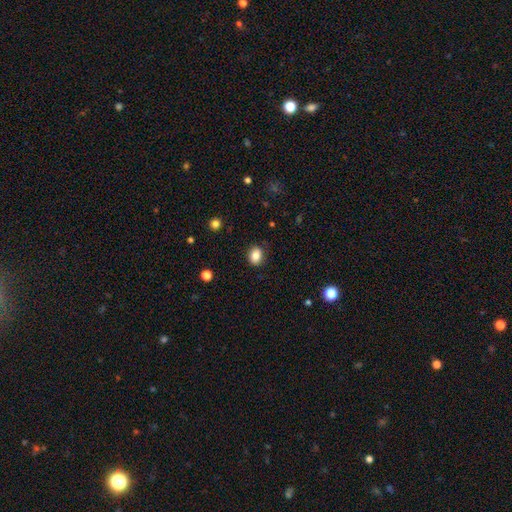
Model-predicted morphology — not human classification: This appears to be a smooth galaxy with no disk features (84%) that is in between round and cigar-shaped (57%). Merging: none (85%).